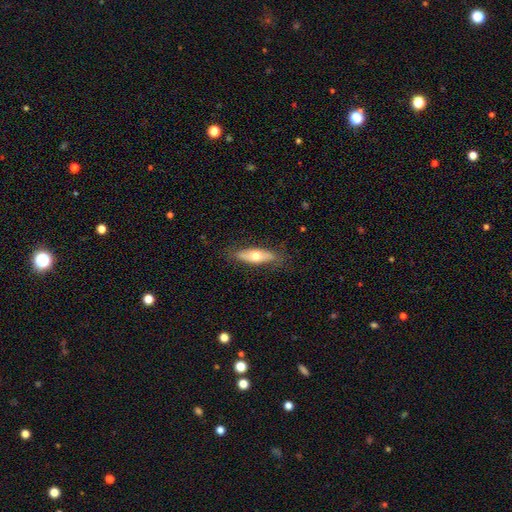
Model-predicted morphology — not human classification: smooth_or_featured: smooth (p=0.58) [alt: featured or disk p=0.36]
how_rounded: in between (p=0.63) [alt: cigar-shaped p=0.34]
merging: none (p=0.80) [alt: minor disturbance p=0.15]